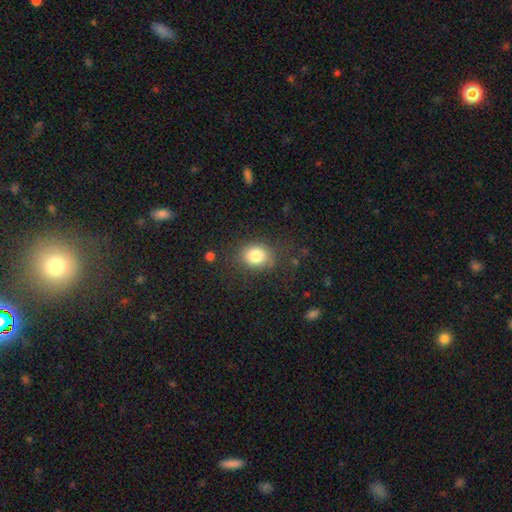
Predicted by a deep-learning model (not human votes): Smooth or featured? Predicted: smooth (p=0.83). How rounded? Predicted: round (p=0.53). Merging? Predicted: none (p=0.77).